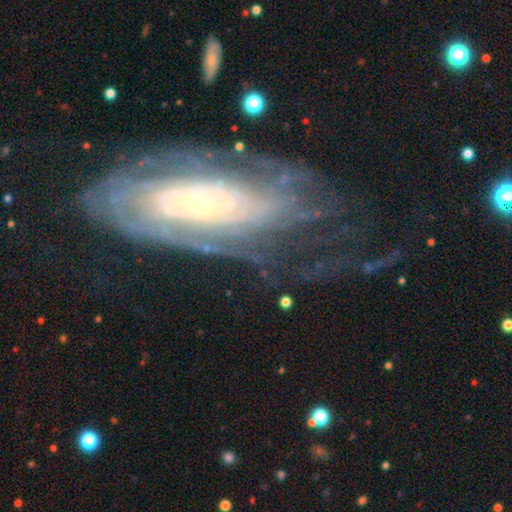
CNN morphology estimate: Smooth or featured? featured or disk (83%)
Edge-on disk? no (90%)
Bar? no (70%)
Spiral arms? yes (92%)
Spiral winding? tight (73%)
Spiral arm count? can't tell (50%)
Bulge size? small (80%)
Merging? none (61%)